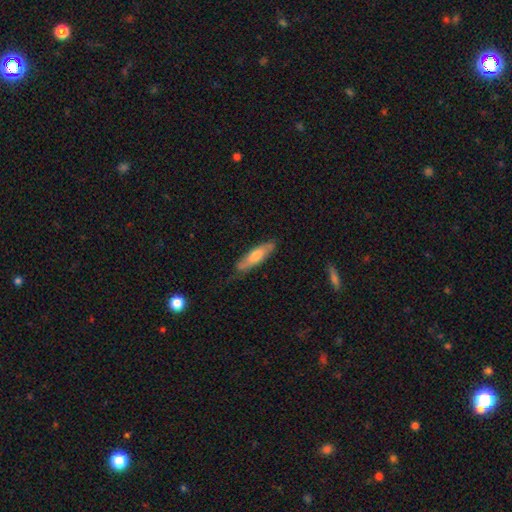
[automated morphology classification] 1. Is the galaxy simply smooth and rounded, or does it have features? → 56% smooth, 38% featured or disk, 6% star or artifact.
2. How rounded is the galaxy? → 71% cigar-shaped, 27% in between, 2% round.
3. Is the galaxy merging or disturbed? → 75% none, 20% minor disturbance, 4% major disturbance, 1% merger.